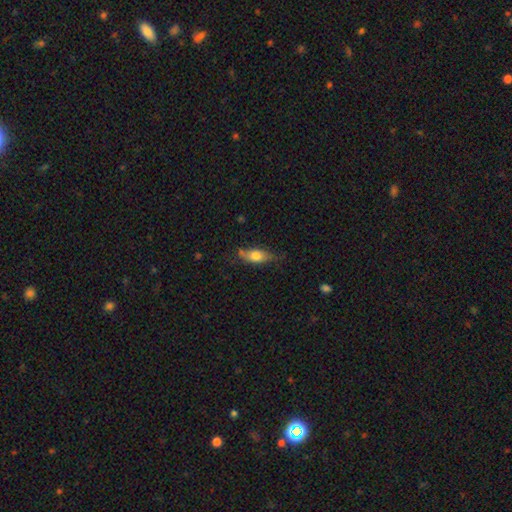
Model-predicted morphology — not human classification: Smooth or featured: smooth — 69% (featured or disk — 24%)
How rounded: in between — 72% (cigar-shaped — 24%)
Merging: none — 65% (minor disturbance — 26%)